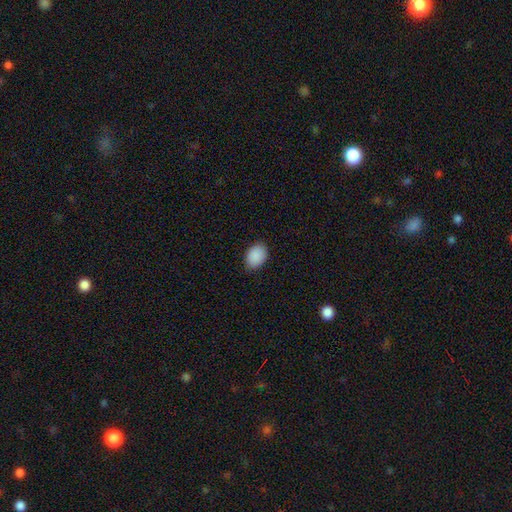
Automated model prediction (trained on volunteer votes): Smooth or featured? smooth (90%)
How rounded? in between (80%)
Merging? none (85%)